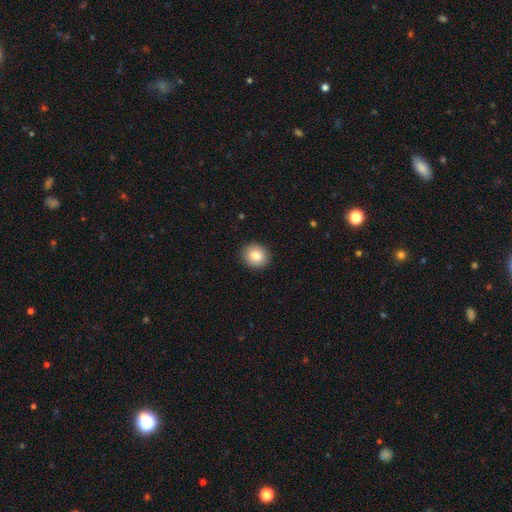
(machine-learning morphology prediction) A smooth galaxy with no disk features (81%) that is round (85%). Merging: none (92%).